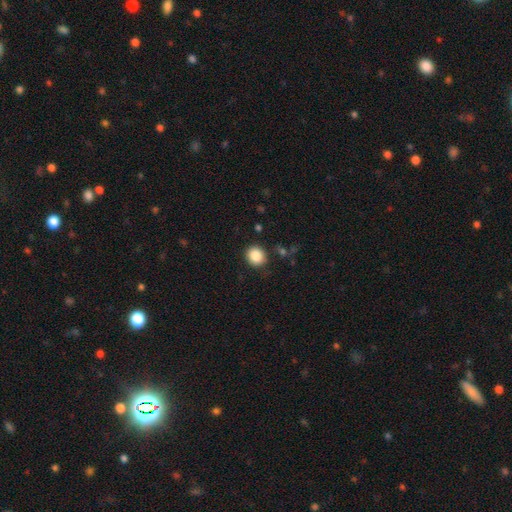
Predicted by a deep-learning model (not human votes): Smooth or featured? smooth (87%)
How rounded? round (87%)
Merging? none (87%)